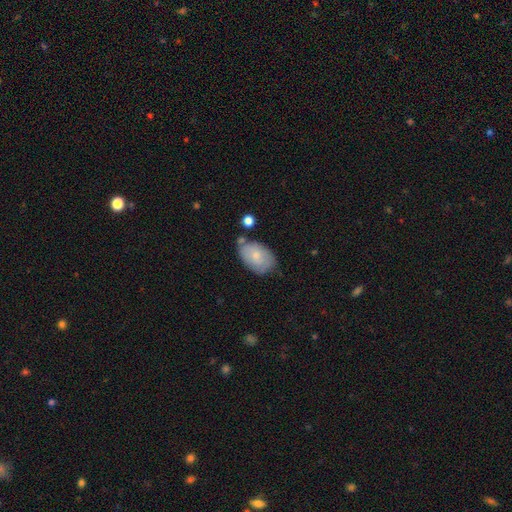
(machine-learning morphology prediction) This is likely a smooth galaxy (73%). How rounded: clearly in between (89%). Merging: likely none (63%).